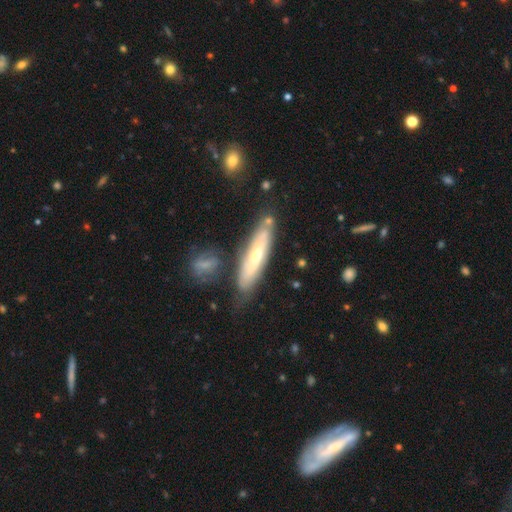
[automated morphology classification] Smooth or featured: featured or disk — 55% (smooth — 39%)
Edge-on disk: yes — 55% (no — 45%)
Merging: none — 69% (minor disturbance — 18%)